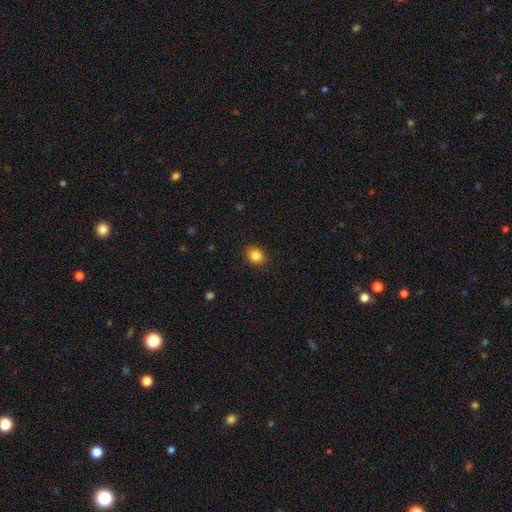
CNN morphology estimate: type=smooth (85%); roundness=round (54%); merging=none (88%).